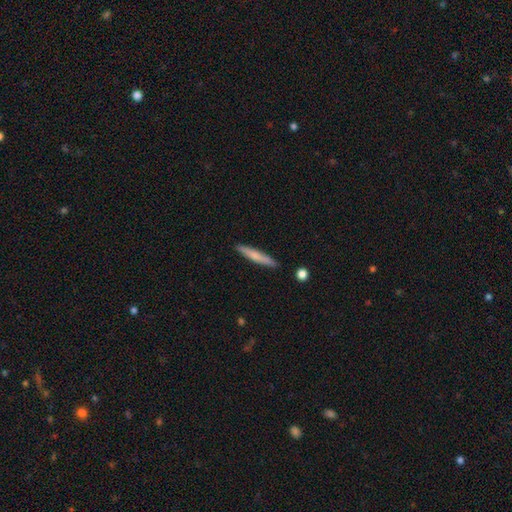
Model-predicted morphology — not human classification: smooth 66%, featured or disk 29%, star or artifact 6%. Down the decision tree: how rounded — cigar-shaped (94%); merging — none (89%).